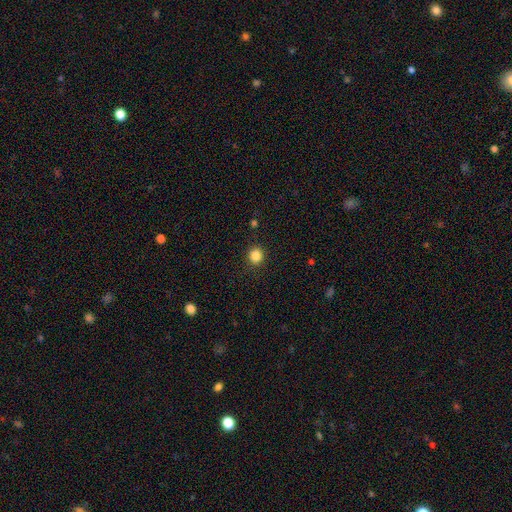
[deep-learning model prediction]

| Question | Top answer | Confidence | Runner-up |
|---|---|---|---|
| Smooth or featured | smooth | 85% | star or artifact (11%) |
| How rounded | round | 88% | in between (11%) |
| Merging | none | 90% | minor disturbance (6%) |